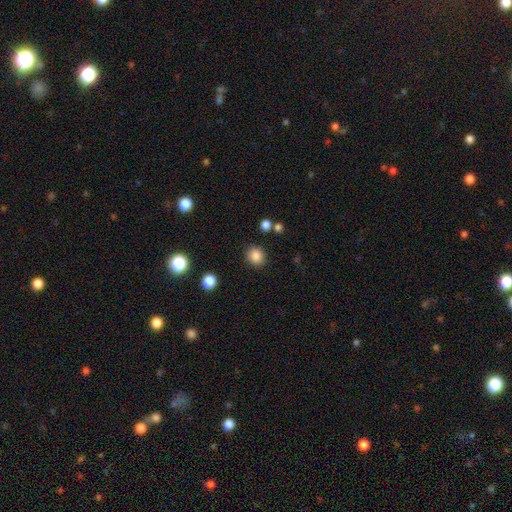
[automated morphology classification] This is clearly a smooth galaxy (86%). How rounded: clearly round (82%). Merging: clearly none (88%).